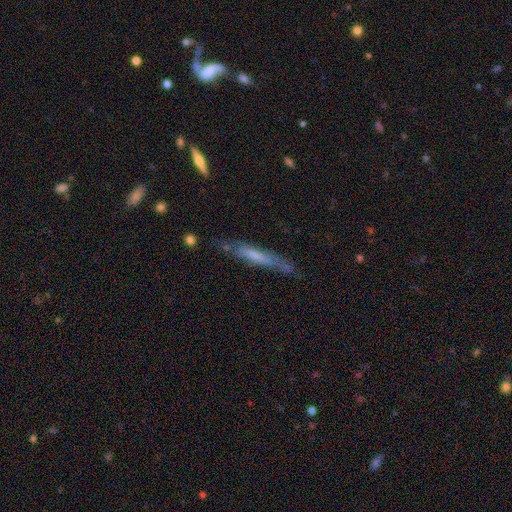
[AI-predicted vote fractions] Smooth or featured: smooth — 46% (tied with featured or disk — 46%)
Merging: none — 65% (minor disturbance — 24%)